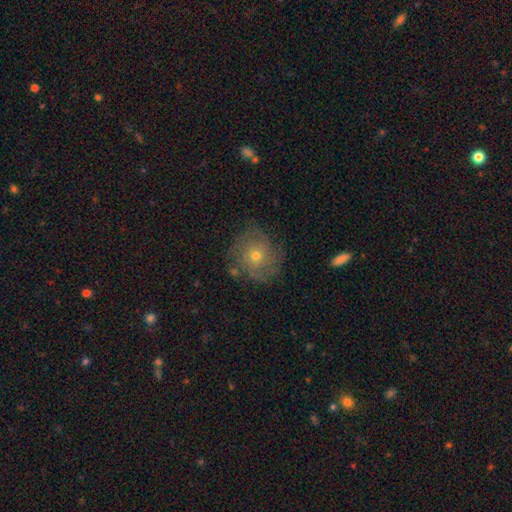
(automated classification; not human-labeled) Morphology: type=featured or disk (50%); edge-on=no (96%); merging=none (73%).